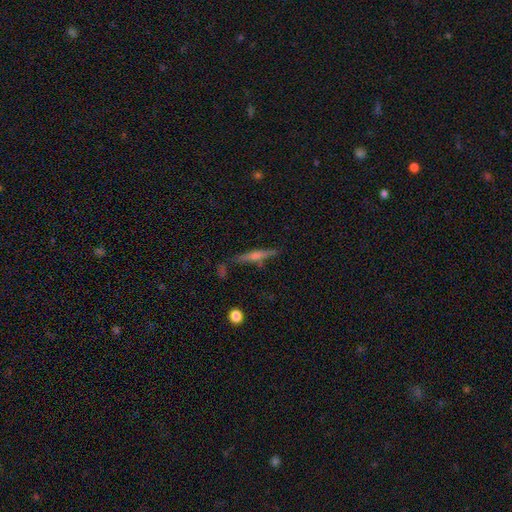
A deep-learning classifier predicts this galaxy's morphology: smooth-or-featured: featured or disk: 66% | smooth: 26% | star or artifact: 8%
  disk-edge-on: yes: 97% | no: 3%
    edge-on-bulge: rounded: 75% | none: 14% | boxy: 11%
  merging: none: 83% | minor disturbance: 11% | merger: 4% | major disturbance: 3%